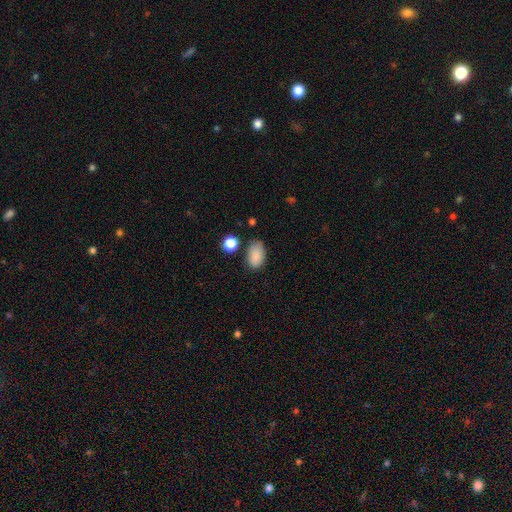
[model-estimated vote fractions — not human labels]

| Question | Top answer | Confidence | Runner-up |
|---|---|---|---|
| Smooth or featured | smooth | 87% | star or artifact (8%) |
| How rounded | in between | 91% | round (8%) |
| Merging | none | 72% | minor disturbance (20%) |